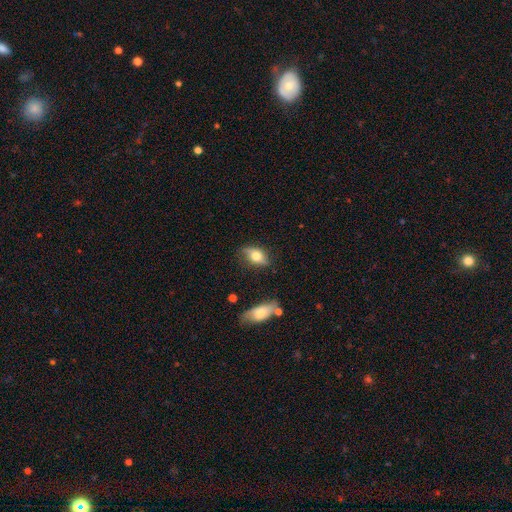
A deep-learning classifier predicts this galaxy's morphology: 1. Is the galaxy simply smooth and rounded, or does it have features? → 58% smooth, 34% featured or disk, 8% star or artifact.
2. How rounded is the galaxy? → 79% in between, 13% round, 9% cigar-shaped.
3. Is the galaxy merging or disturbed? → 70% none, 22% minor disturbance, 6% major disturbance, 3% merger.